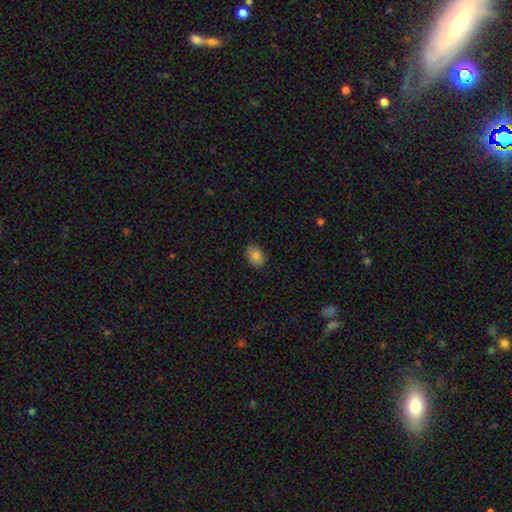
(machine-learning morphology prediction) type=smooth (83%); roundness=in between (65%); merging=none (84%).